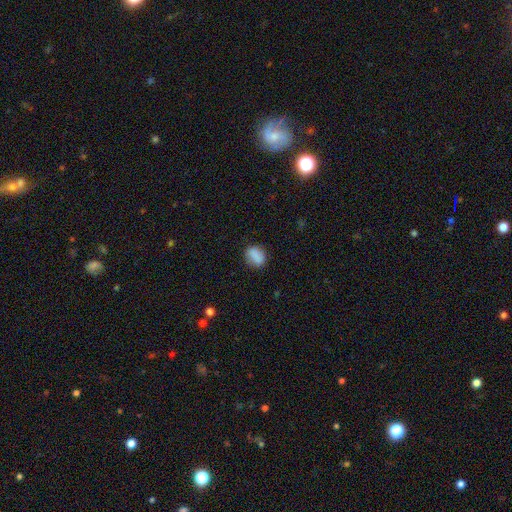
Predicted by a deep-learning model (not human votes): The model was most divided on "how rounded": in between: 60%, round: 38%, cigar-shaped: 2%. More confident: smooth or featured — smooth (85%); merging — none (80%).